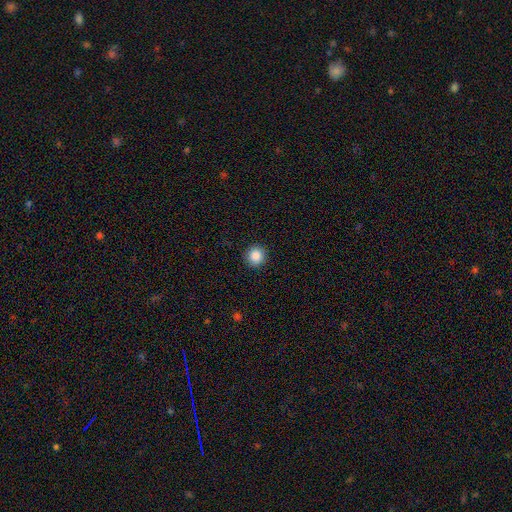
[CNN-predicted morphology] This appears to be a smooth galaxy with no disk features (88%) that is round (93%). Merging: none (92%).